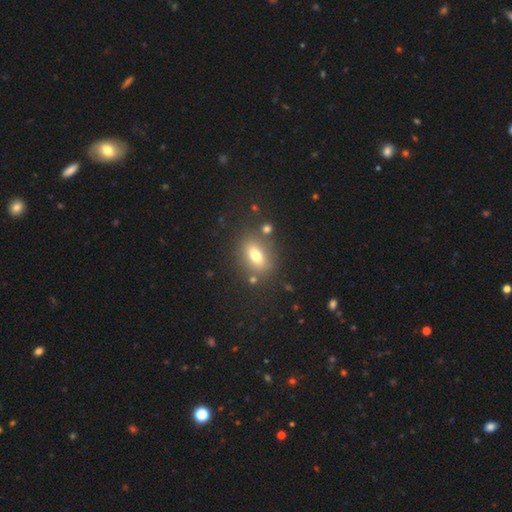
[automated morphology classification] Smooth or featured? smooth (71%)
How rounded? in between (75%)
Merging? none (77%)